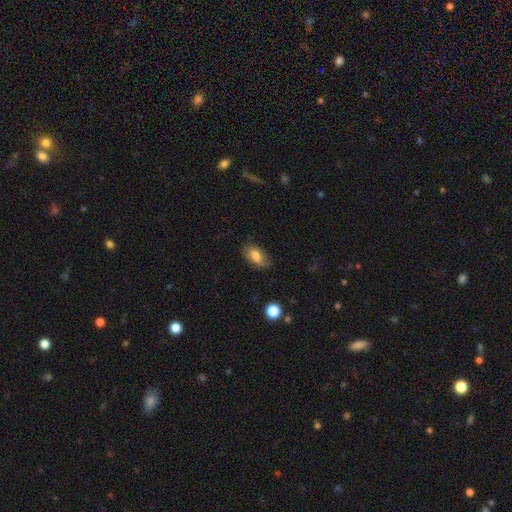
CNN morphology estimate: Smooth or featured? smooth (79%)
How rounded? in between (91%)
Merging? none (74%)